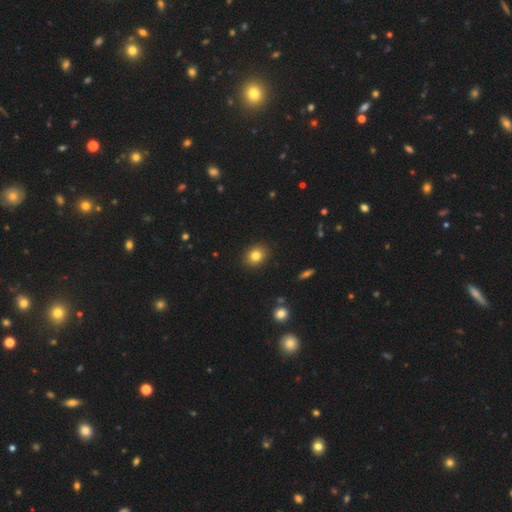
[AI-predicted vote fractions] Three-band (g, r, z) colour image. It shows a smooth galaxy with no disk features (82%) that is round (57%). Merging: none (90%).